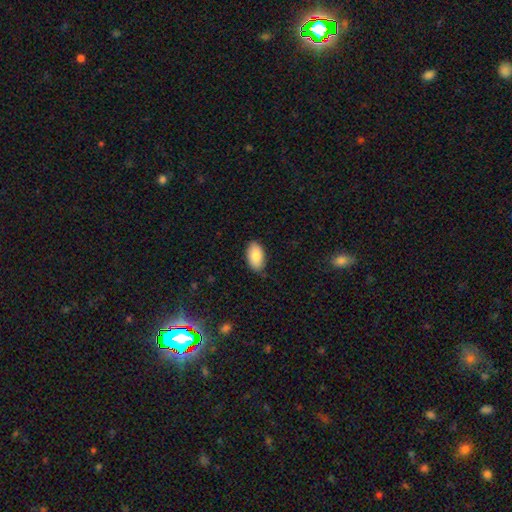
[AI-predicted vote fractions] Smooth or featured?
  - smooth: 85% *
  - featured or disk: 8%
  - star or artifact: 6%
How rounded?
  - in between: 95% *
  - round: 3%
  - cigar-shaped: 2%
Merging?
  - none: 84% *
  - minor disturbance: 12%
  - major disturbance: 2%
  - merger: 1%